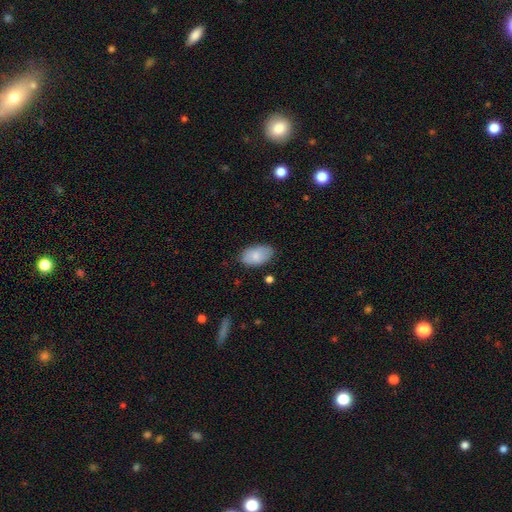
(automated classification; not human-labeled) Smooth or featured?
  - smooth: 81% *
  - featured or disk: 13%
  - star or artifact: 6%
How rounded?
  - in between: 93% *
  - round: 5%
  - cigar-shaped: 1%
Merging?
  - none: 79% *
  - minor disturbance: 16%
  - major disturbance: 3%
  - merger: 2%